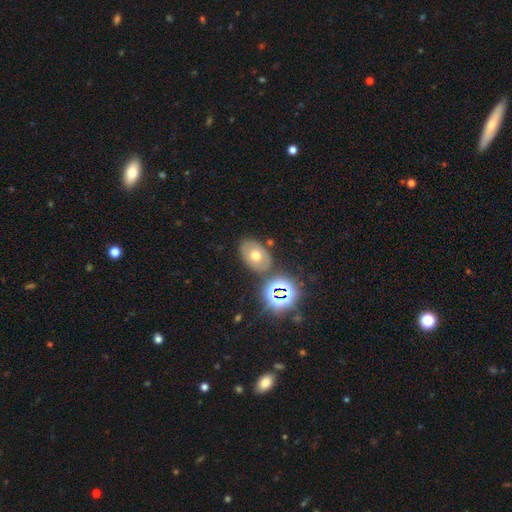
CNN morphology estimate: Smooth or featured: smooth — 53% (featured or disk — 30%)
How rounded: in between — 80% (round — 19%)
Merging: none — 75% (minor disturbance — 12%)